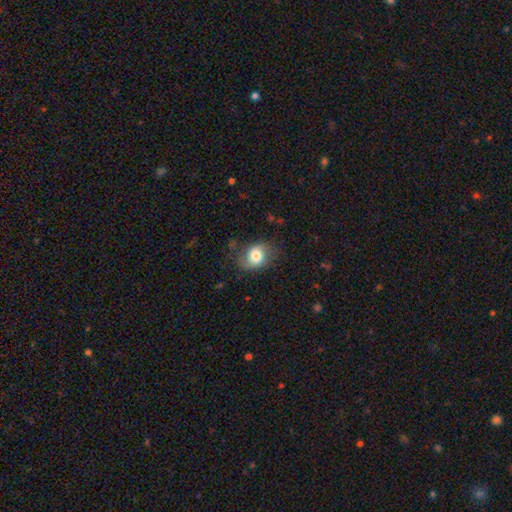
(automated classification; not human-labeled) Smooth or featured: smooth — 68% (featured or disk — 24%)
How rounded: in between — 58% (round — 40%)
Merging: none — 65% (minor disturbance — 23%)